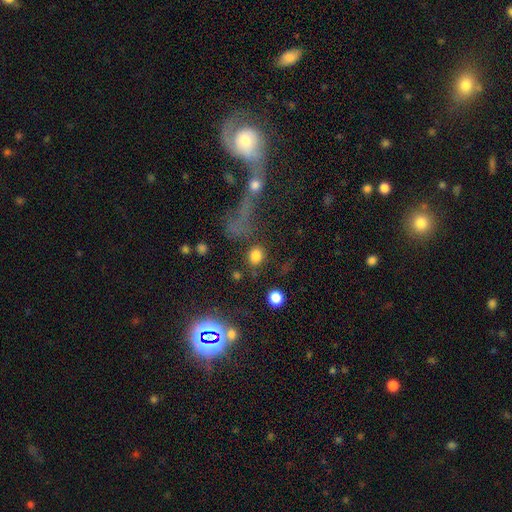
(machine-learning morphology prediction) Smooth or featured: smooth — 82% (star or artifact — 12%)
How rounded: round — 59% (in between — 39%)
Merging: none — 74% (minor disturbance — 10%)